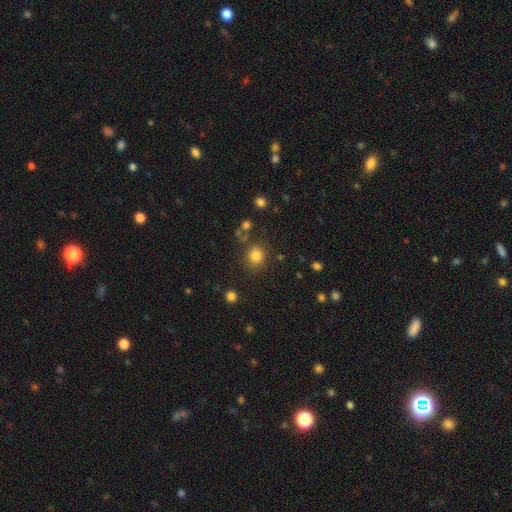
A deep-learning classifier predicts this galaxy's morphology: smooth 82%, star or artifact 13%, featured or disk 6%. Down the decision tree: how rounded — round (80%); merging — none (80%).